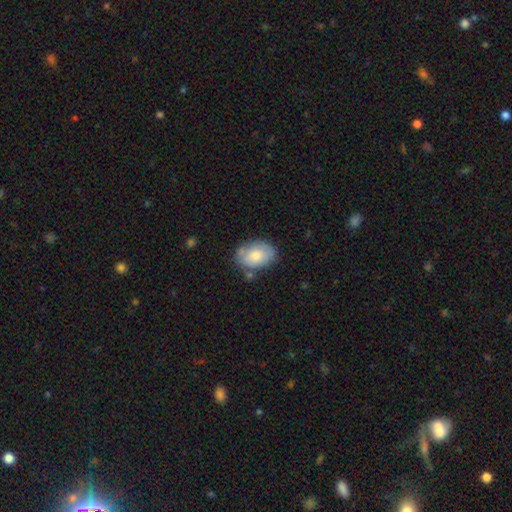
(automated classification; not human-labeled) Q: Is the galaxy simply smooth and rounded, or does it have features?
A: smooth — 73%.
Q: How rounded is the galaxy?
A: in between — 83%.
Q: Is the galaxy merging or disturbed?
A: none — 69%.